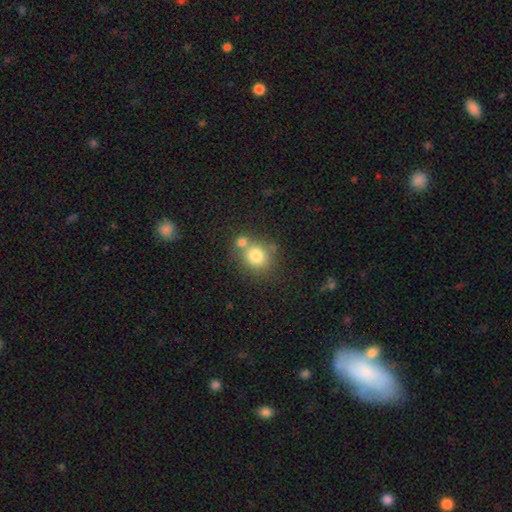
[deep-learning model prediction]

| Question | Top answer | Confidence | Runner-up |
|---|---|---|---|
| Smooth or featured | smooth | 79% | featured or disk (10%) |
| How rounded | round | 78% | in between (21%) |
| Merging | none | 48% | merger (37%) |